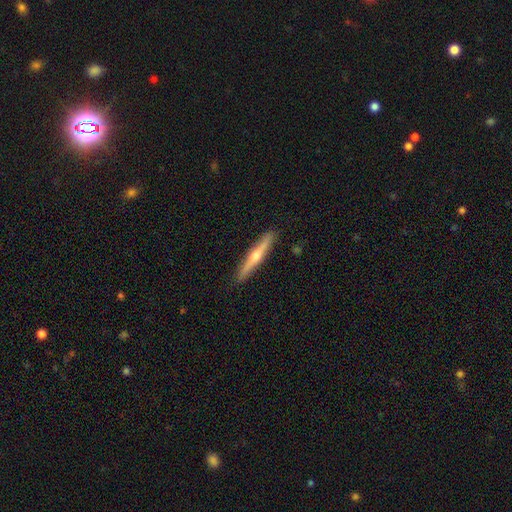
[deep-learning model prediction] Smooth or featured? Predicted: featured or disk (p=0.63). Edge-on disk? Predicted: yes (p=0.96). Edge-on bulge? Predicted: rounded (p=0.86). Merging? Predicted: none (p=0.91).